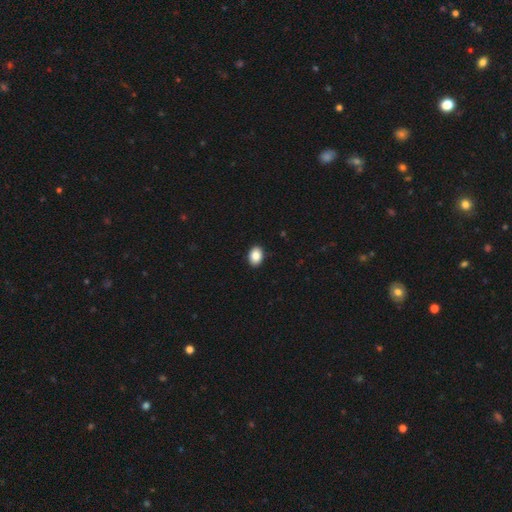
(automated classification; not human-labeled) Q: Smooth or featured?
A: smooth (88%); runner-up: star or artifact (8%)
Q: How rounded?
A: in between (79%); runner-up: round (20%)
Q: Merging?
A: none (91%); runner-up: minor disturbance (7%)